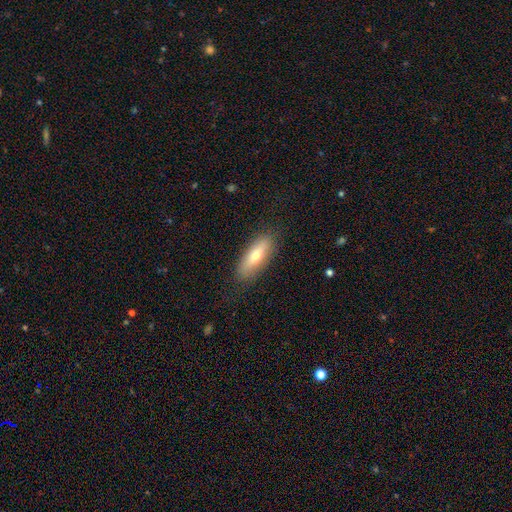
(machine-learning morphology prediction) type=smooth (63%); roundness=in between (56%); merging=none (84%).